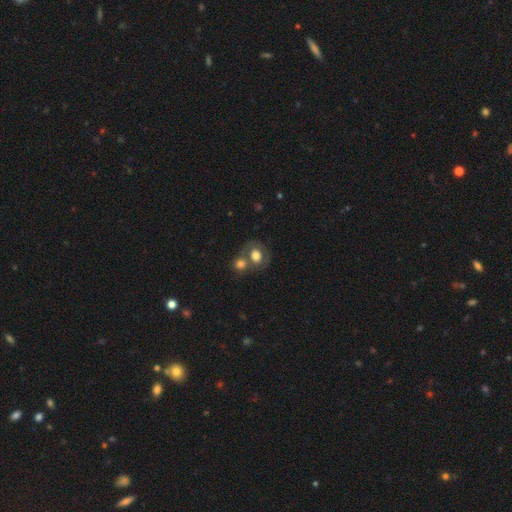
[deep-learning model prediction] smooth_or_featured: smooth (p=0.65) [alt: featured or disk p=0.25]
how_rounded: round (p=0.65) [alt: in between p=0.34]
merging: merger (p=0.46) [alt: none p=0.38]